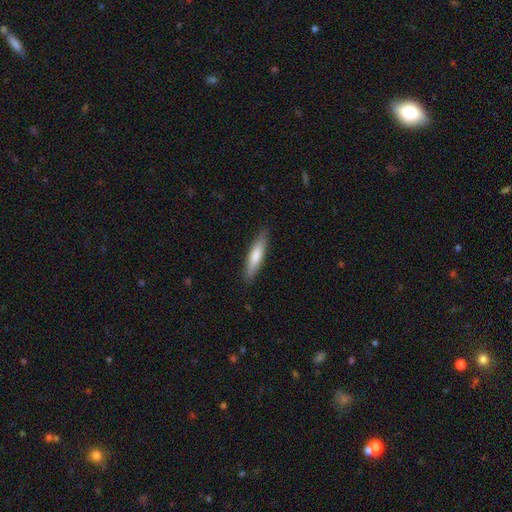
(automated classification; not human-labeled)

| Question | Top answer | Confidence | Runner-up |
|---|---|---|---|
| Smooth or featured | smooth | 75% | featured or disk (20%) |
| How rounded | cigar-shaped | 76% | in between (23%) |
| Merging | none | 86% | minor disturbance (11%) |